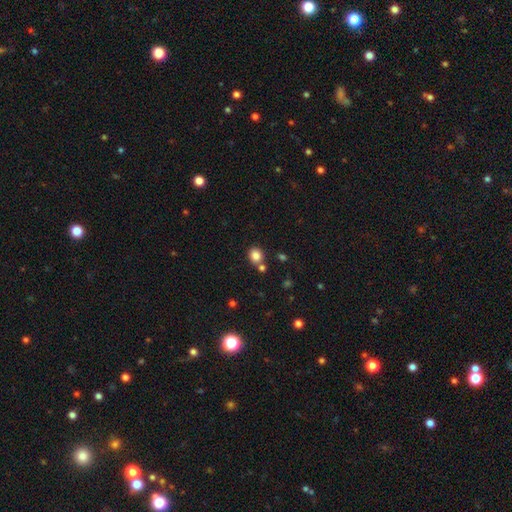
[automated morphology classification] Smooth or featured: smooth — 84% (star or artifact — 11%)
How rounded: round — 68% (in between — 31%)
Merging: none — 69% (merger — 17%)